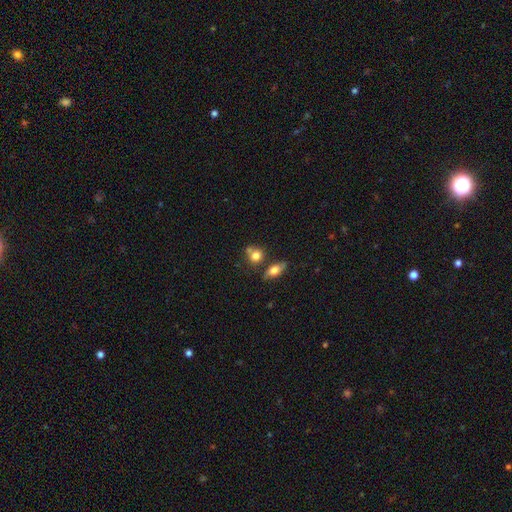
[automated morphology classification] type=smooth (78%); roundness=round (69%); merging=none (51%).